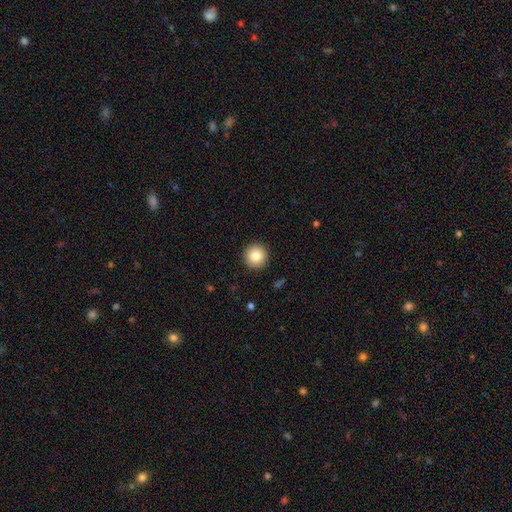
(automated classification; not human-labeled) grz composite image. It shows a smooth galaxy with no disk features (83%) that is round (95%). Merging: none (92%).